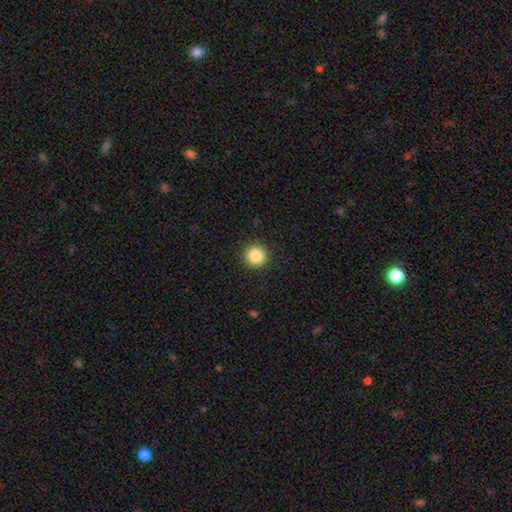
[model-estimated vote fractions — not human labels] Smooth or featured?
  - smooth: 86% *
  - star or artifact: 10%
  - featured or disk: 4%
How rounded?
  - round: 95% *
  - in between: 4%
  - cigar-shaped: 1%
Merging?
  - none: 92% *
  - minor disturbance: 5%
  - major disturbance: 2%
  - merger: 1%